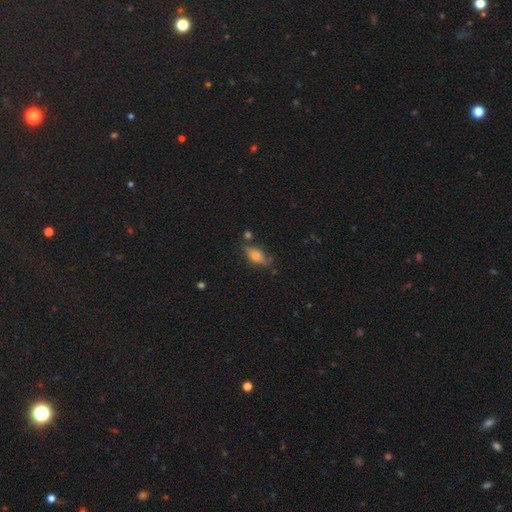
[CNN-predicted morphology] Smooth or featured: smooth — 62% (featured or disk — 28%)
How rounded: in between — 70% (cigar-shaped — 26%)
Merging: none — 62% (minor disturbance — 25%)